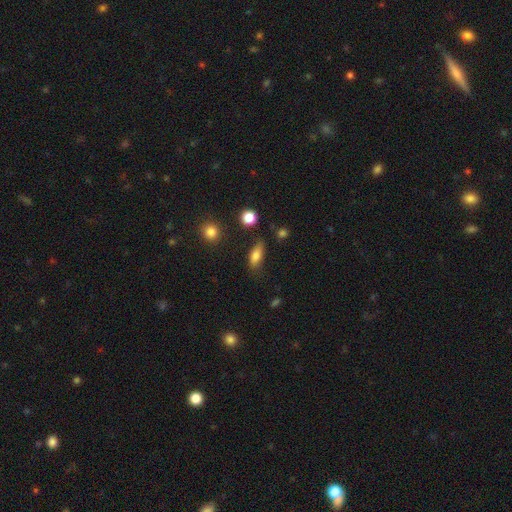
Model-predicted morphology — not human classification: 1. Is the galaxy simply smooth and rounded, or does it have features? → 79% smooth, 12% featured or disk, 9% star or artifact.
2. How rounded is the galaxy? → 79% in between, 15% cigar-shaped, 6% round.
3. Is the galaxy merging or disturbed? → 70% none, 21% minor disturbance, 6% major disturbance, 3% merger.